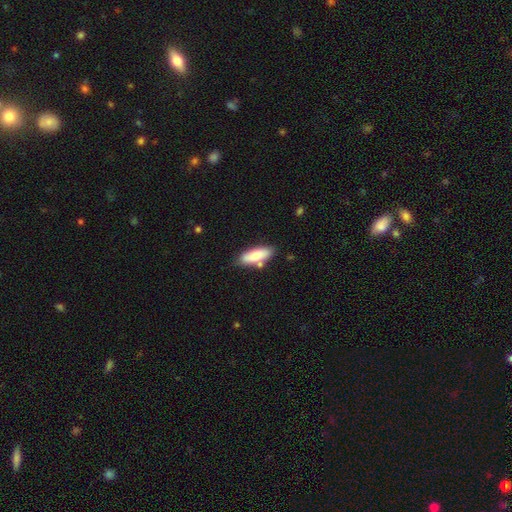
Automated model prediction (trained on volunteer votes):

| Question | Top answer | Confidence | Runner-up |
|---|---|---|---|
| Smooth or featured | smooth | 74% | featured or disk (20%) |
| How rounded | in between | 68% | cigar-shaped (30%) |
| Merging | none | 75% | minor disturbance (13%) |